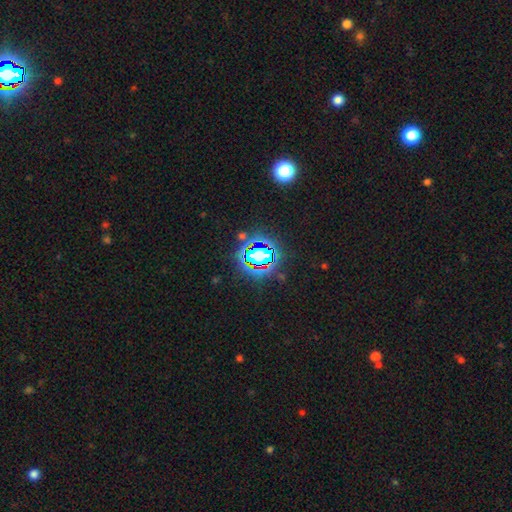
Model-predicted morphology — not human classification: smooth-or-featured: star or artifact: 66% | smooth: 22% | featured or disk: 13%